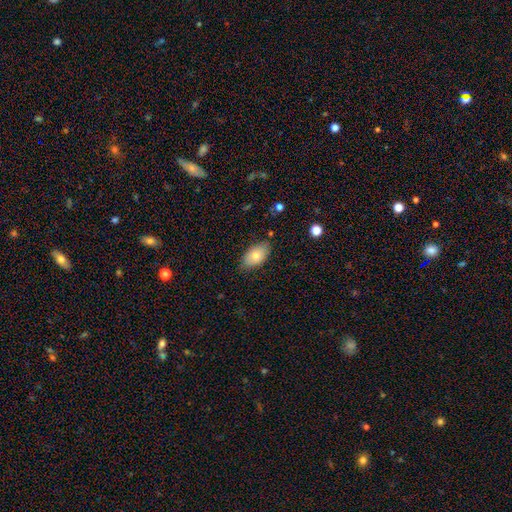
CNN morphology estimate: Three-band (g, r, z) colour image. It shows a smooth galaxy with no disk features (75%) that is in between round and cigar-shaped (92%). Merging: none (78%).